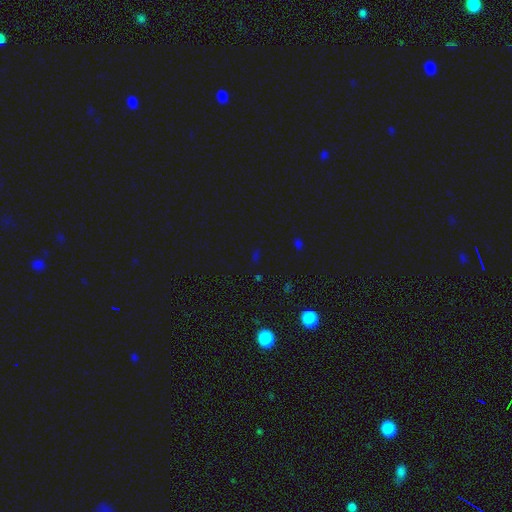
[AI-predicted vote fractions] smooth-or-featured: star or artifact: 68% | smooth: 24% | featured or disk: 8%